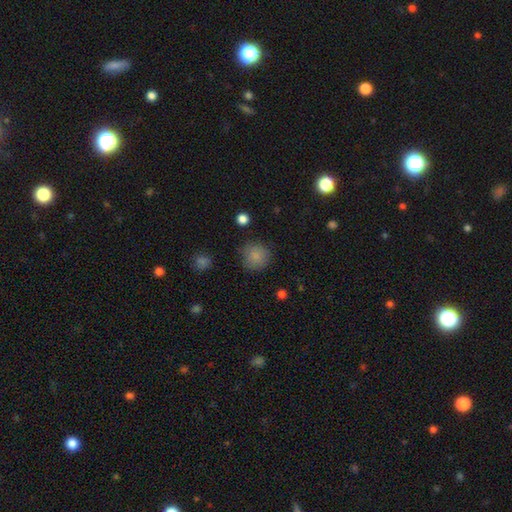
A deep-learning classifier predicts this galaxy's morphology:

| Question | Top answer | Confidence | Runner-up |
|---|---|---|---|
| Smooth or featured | smooth | 85% | star or artifact (10%) |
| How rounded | round | 92% | in between (7%) |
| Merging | none | 84% | minor disturbance (11%) |